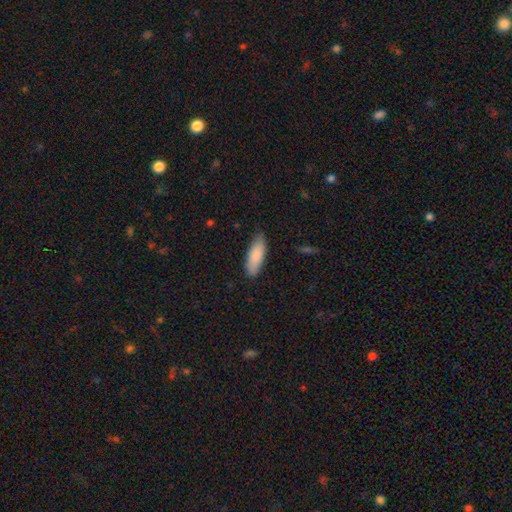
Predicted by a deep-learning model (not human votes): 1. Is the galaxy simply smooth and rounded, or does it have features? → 86% smooth, 8% featured or disk, 6% star or artifact.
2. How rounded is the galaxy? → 64% in between, 34% cigar-shaped, 2% round.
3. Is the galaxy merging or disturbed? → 79% none, 17% minor disturbance, 3% major disturbance, 1% merger.